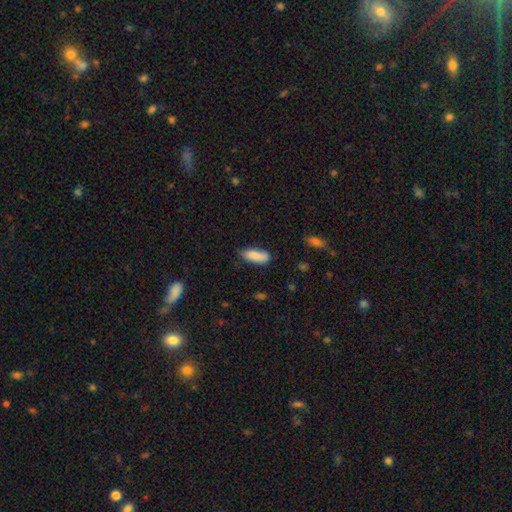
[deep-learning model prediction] A smooth galaxy with no disk features (87%) that is in between round and cigar-shaped (71%).

Vote fractions:
- Smooth or featured? smooth: 87% / star or artifact: 7% / featured or disk: 7%
- How rounded? in between: 71% / cigar-shaped: 27% / round: 2%
- Merging? none: 70% / minor disturbance: 24% / major disturbance: 4% / merger: 2%